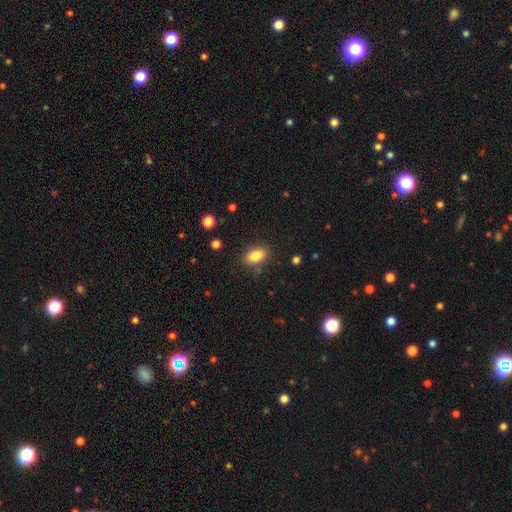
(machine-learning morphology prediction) Smooth or featured? smooth (84%)
How rounded? in between (86%)
Merging? none (83%)